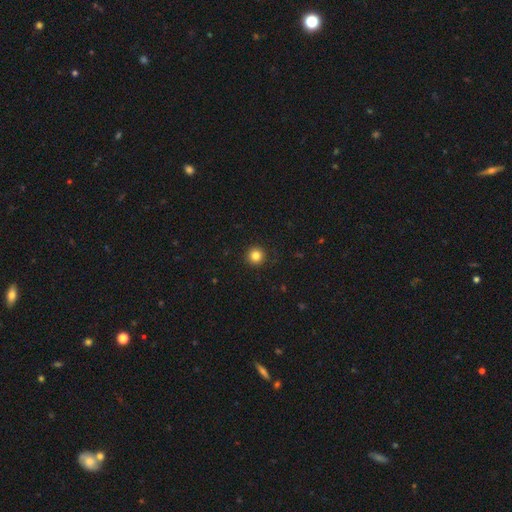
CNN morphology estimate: Smooth or featured? smooth (83%)
How rounded? round (96%)
Merging? none (93%)